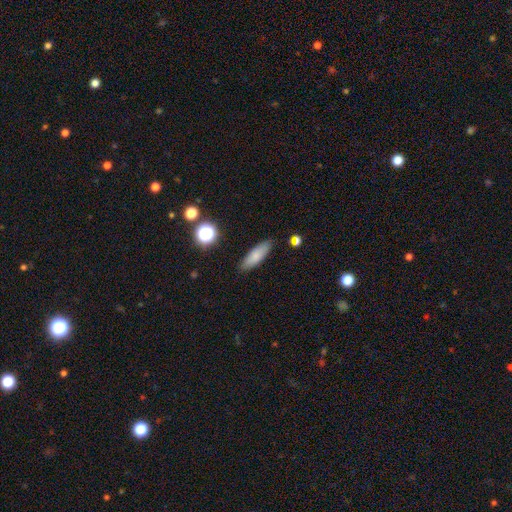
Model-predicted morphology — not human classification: smooth 78%, featured or disk 14%, star or artifact 8%. Down the decision tree: how rounded — in between (49%); merging — none (86%).